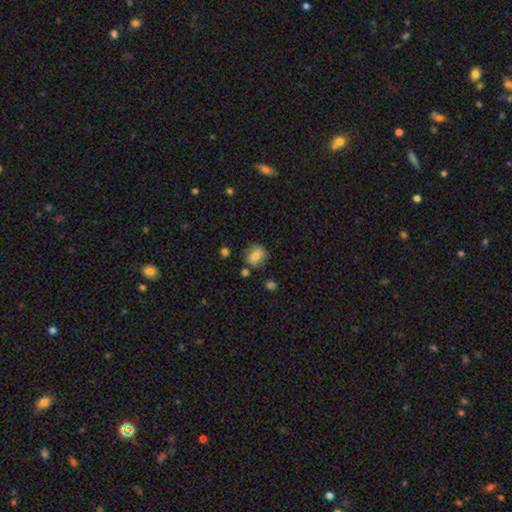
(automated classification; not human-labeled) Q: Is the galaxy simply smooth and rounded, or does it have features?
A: smooth — 77%.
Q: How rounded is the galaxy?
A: round — 55%.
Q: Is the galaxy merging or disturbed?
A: none — 72%.